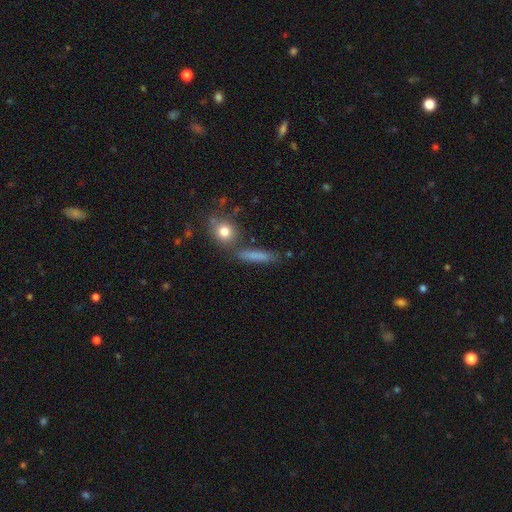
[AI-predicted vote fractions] Smooth or featured? Predicted: smooth (p=0.75). How rounded? Predicted: cigar-shaped (p=0.80). Merging? Predicted: none (p=0.77).